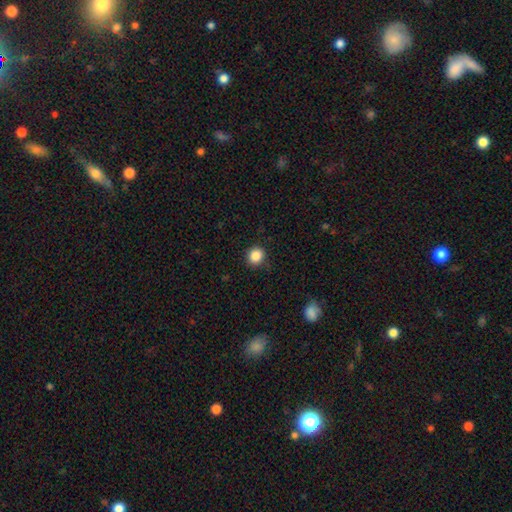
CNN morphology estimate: This is clearly a smooth galaxy (86%). How rounded: clearly round (85%). Merging: clearly none (88%).